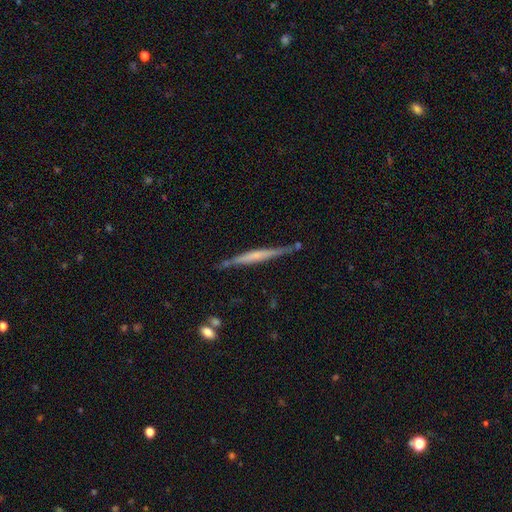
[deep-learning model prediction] Morphology: type=featured or disk (65%); edge-on=yes (97%); edge-on bulge=none (54%); merging=none (83%).